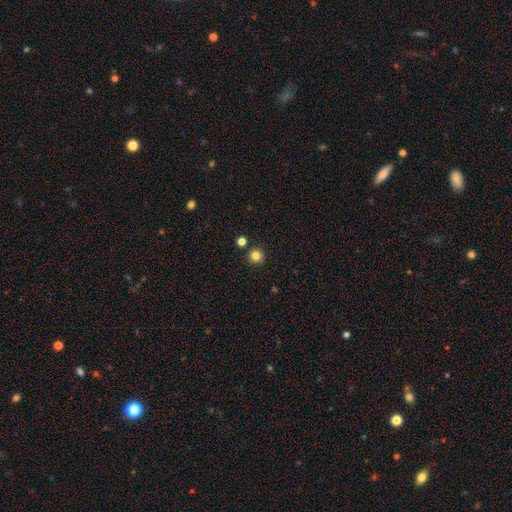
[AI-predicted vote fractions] Smooth or featured? smooth (83%)
How rounded? round (95%)
Merging? none (89%)